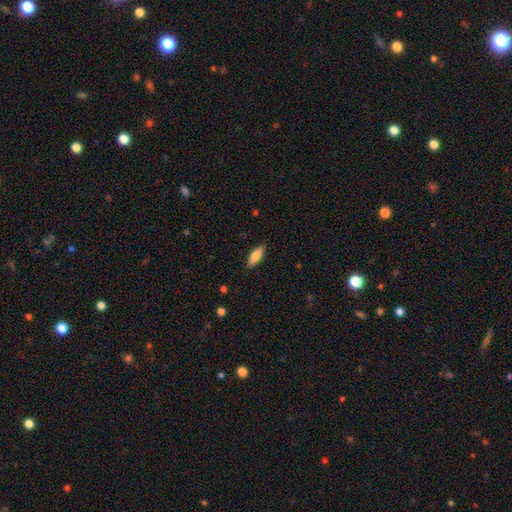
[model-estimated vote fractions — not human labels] smooth_or_featured: smooth (p=0.75) [alt: featured or disk p=0.19]
how_rounded: in between (p=0.56) [alt: cigar-shaped p=0.42]
merging: none (p=0.87) [alt: minor disturbance p=0.10]